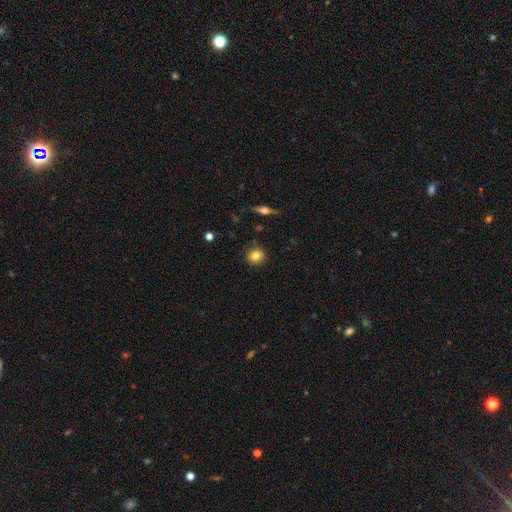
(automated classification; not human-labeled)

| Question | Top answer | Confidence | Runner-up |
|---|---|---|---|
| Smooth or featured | smooth | 80% | featured or disk (10%) |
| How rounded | round | 89% | in between (10%) |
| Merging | none | 88% | minor disturbance (8%) |